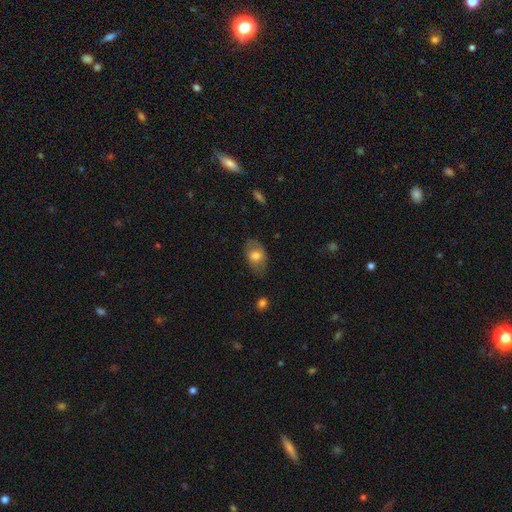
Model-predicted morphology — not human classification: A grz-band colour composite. It shows a smooth galaxy with no disk features (68%) that is in between round and cigar-shaped (85%). Merging: none (70%).